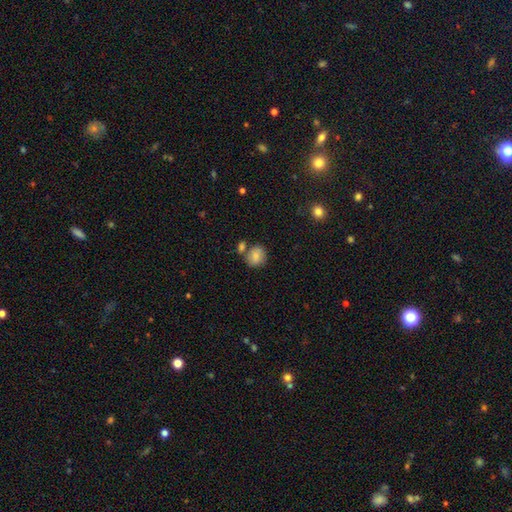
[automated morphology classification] smooth 81%, featured or disk 11%, star or artifact 8%. Down the decision tree: how rounded — round (76%); merging — none (61%).